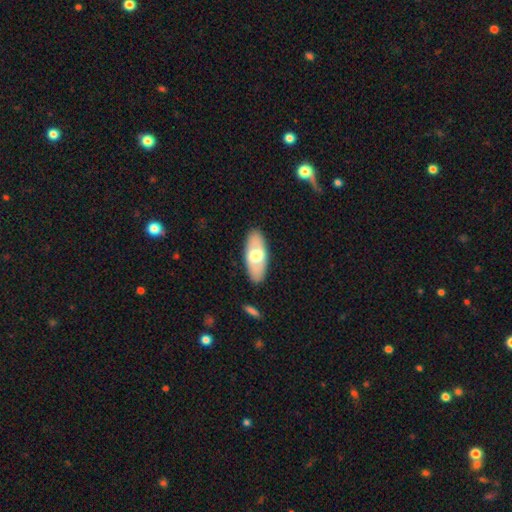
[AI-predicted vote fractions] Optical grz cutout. It shows a smooth galaxy with no disk features (56%) that is in between round and cigar-shaped (86%). Merging: none (87%).